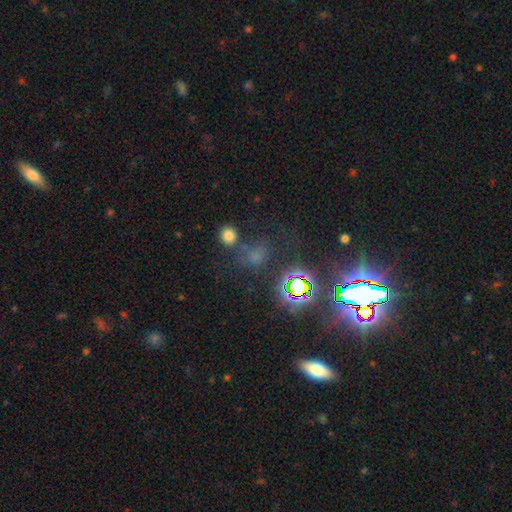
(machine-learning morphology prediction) Smooth or featured? smooth (50%)
Merging? none (60%)